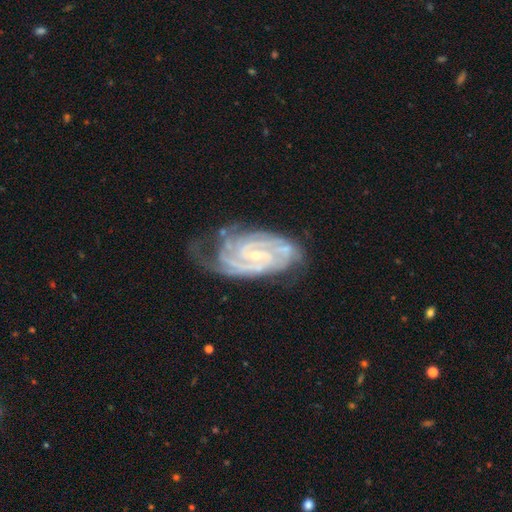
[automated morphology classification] type=featured or disk (92%); edge-on=no (97%); bar=weak (42%); spiral arms=yes (99%); winding=tight (71%); arm count=2 (36%); bulge=small (76%); merging=none (60%).